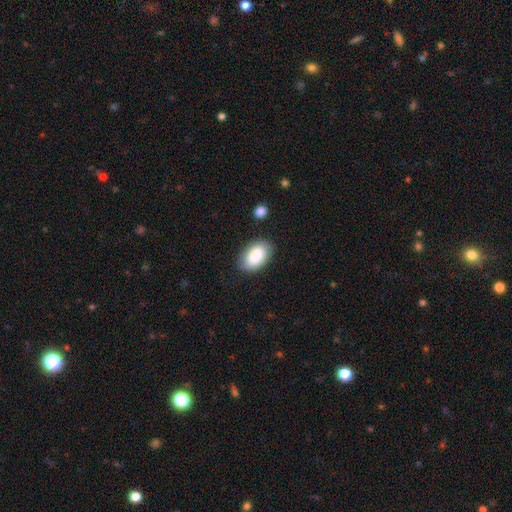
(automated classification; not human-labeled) Q: Smooth or featured?
A: smooth (87%); runner-up: featured or disk (7%)
Q: How rounded?
A: in between (93%); runner-up: round (6%)
Q: Merging?
A: none (83%); runner-up: minor disturbance (12%)